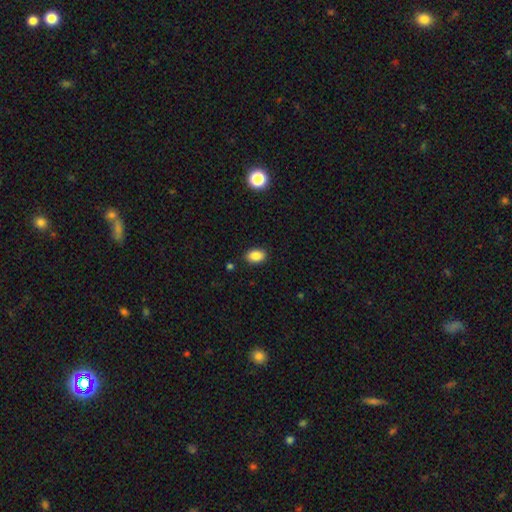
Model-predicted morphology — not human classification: Smooth or featured? smooth (85%)
How rounded? in between (82%)
Merging? none (87%)